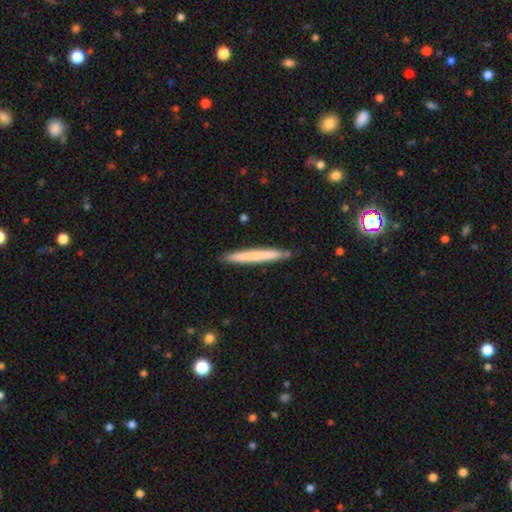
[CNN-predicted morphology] Overall: smooth (65%; featured or disk 30%). How rounded: cigar-shaped (97%). Merging: none (90%).